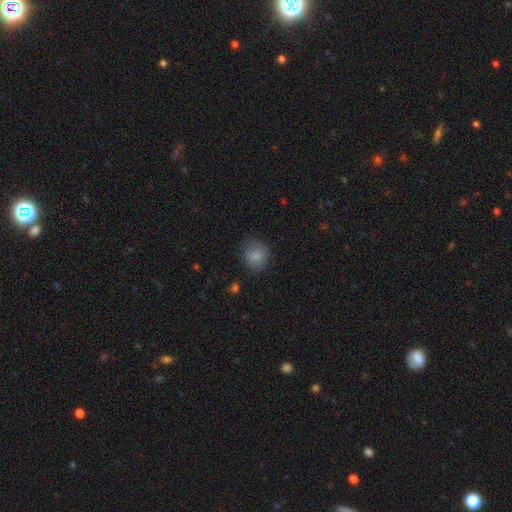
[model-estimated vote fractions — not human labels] Morphology: type=smooth (82%); roundness=round (69%); merging=none (70%).